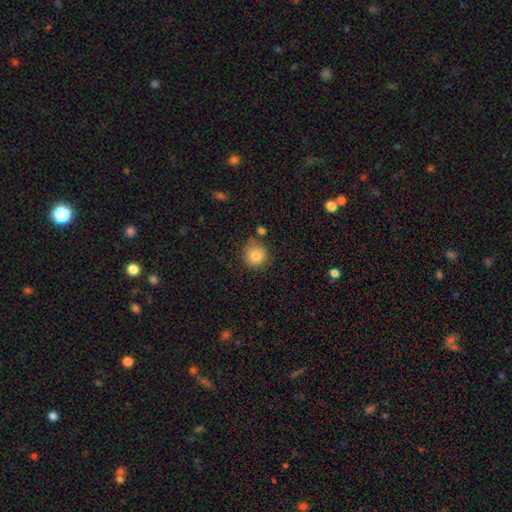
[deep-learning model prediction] smooth_or_featured: smooth (p=0.82) [alt: star or artifact p=0.10]
how_rounded: round (p=0.91) [alt: in between p=0.08]
merging: none (p=0.73) [alt: minor disturbance p=0.17]